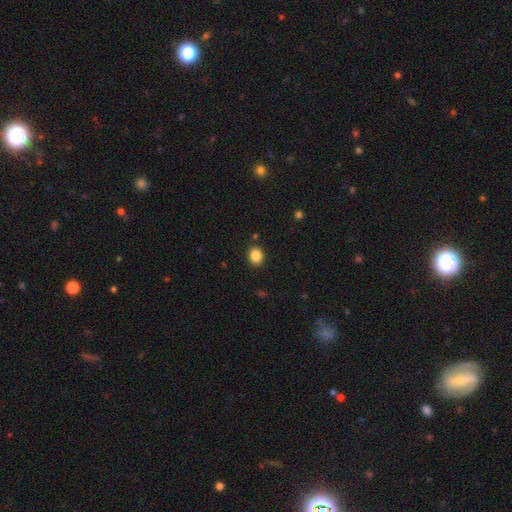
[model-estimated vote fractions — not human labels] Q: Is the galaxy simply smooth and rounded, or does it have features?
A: smooth — 86%.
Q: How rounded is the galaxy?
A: round — 58%.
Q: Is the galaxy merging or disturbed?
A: none — 89%.